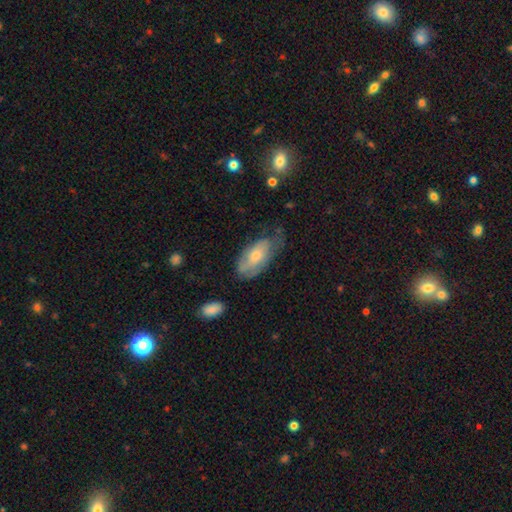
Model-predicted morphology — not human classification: type=smooth (56%); roundness=in between (89%); merging=none (48%).